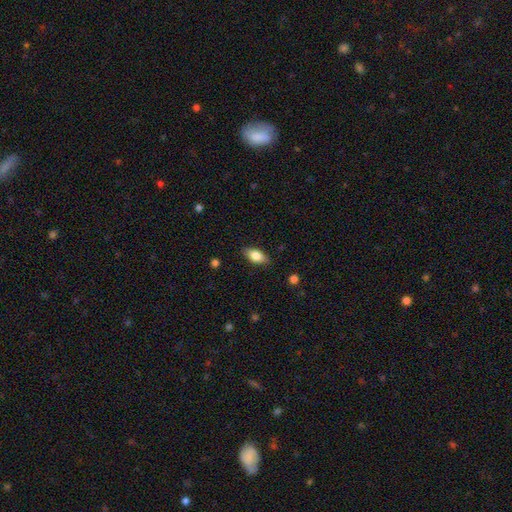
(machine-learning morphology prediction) smooth-or-featured: smooth: 80% | featured or disk: 13% | star or artifact: 7%
  how-rounded: in between: 88% | cigar-shaped: 8% | round: 4%
  merging: none: 85% | minor disturbance: 11% | major disturbance: 2% | merger: 1%